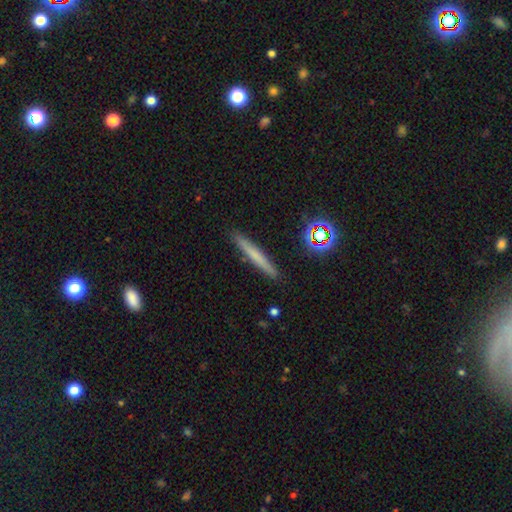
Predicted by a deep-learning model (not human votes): Smooth or featured: smooth — 58% (featured or disk — 31%)
How rounded: cigar-shaped — 95% (in between — 3%)
Merging: none — 91% (minor disturbance — 6%)